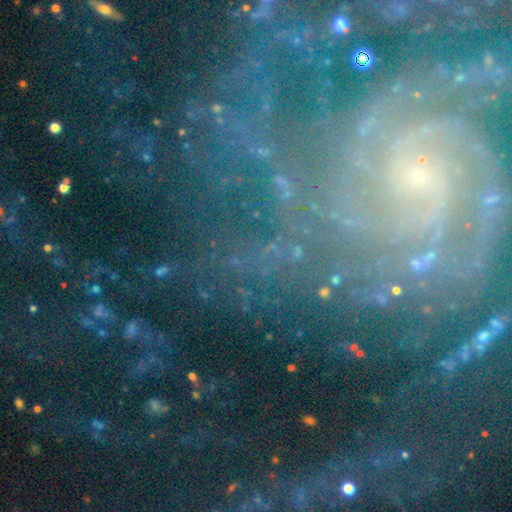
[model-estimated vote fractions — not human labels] featured or disk 75%, star or artifact 17%, smooth 8%. Down the decision tree: edge-on disk — no (97%); bar — no (59%); spiral arms — yes (97%); spiral arm count — more than 4 (21%); spiral winding — tight (67%); bulge size — small (80%); merging — none (71%).